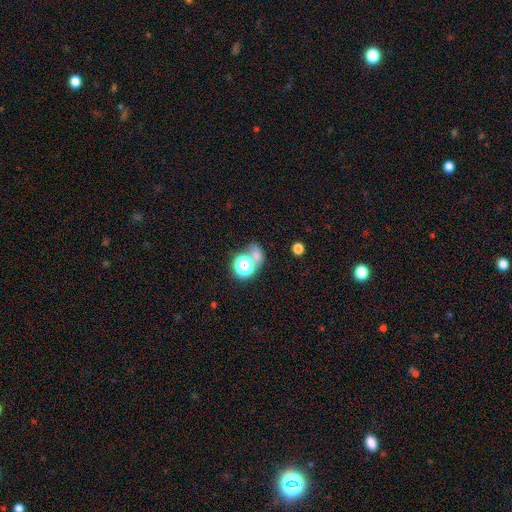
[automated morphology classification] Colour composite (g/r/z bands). It shows a smooth galaxy with no disk features (55%) that is round (59%). Merging: none (51%).